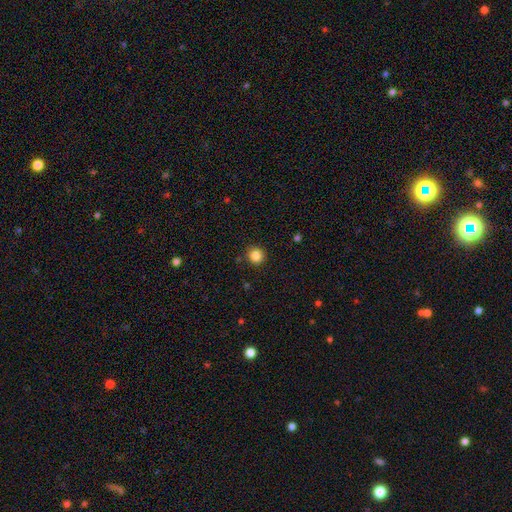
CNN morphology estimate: smooth 85%, star or artifact 12%, featured or disk 3%. Down the decision tree: how rounded — round (94%); merging — none (91%).